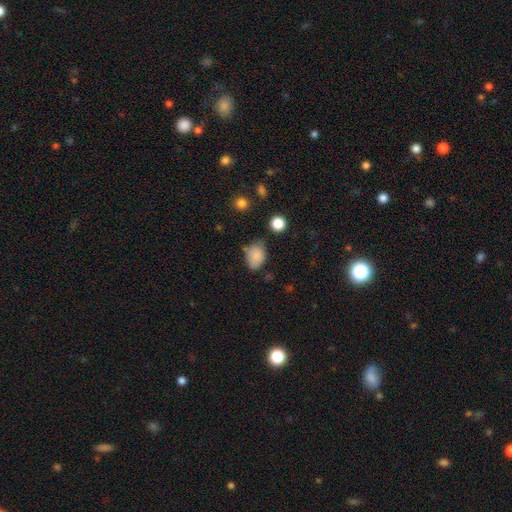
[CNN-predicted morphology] Smooth or featured? Predicted: smooth (p=0.84). How rounded? Predicted: in between (p=0.78). Merging? Predicted: none (p=0.61).